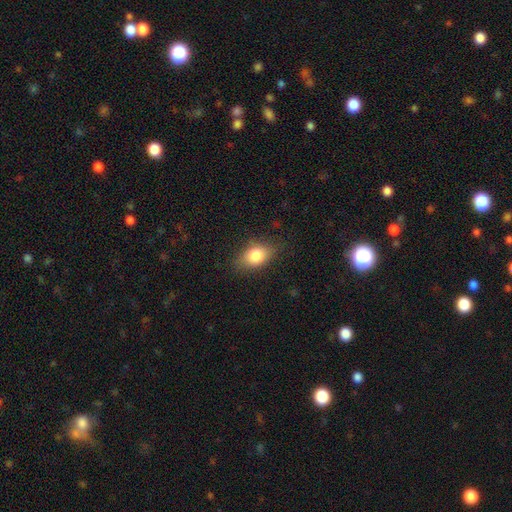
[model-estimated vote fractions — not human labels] Morphology: type=smooth (80%); roundness=in between (80%); merging=none (79%).